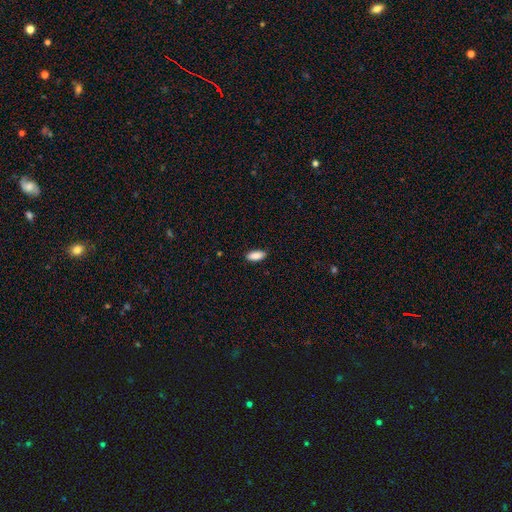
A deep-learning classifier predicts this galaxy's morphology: This is clearly a smooth galaxy (90%). How rounded: clearly in between (86%). Merging: clearly none (88%).